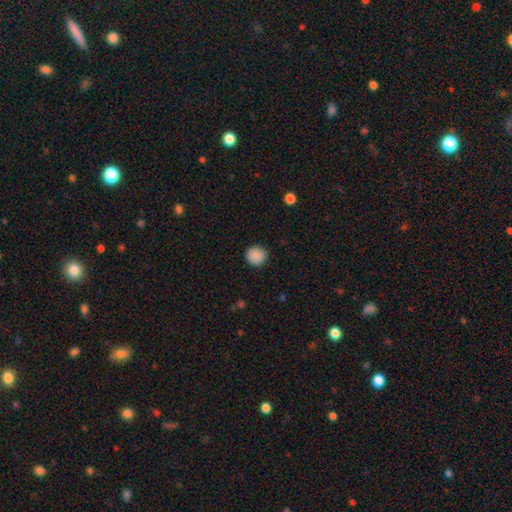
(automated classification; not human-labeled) Q: Smooth or featured?
A: smooth (89%); runner-up: star or artifact (8%)
Q: How rounded?
A: round (93%); runner-up: in between (6%)
Q: Merging?
A: none (91%); runner-up: minor disturbance (6%)